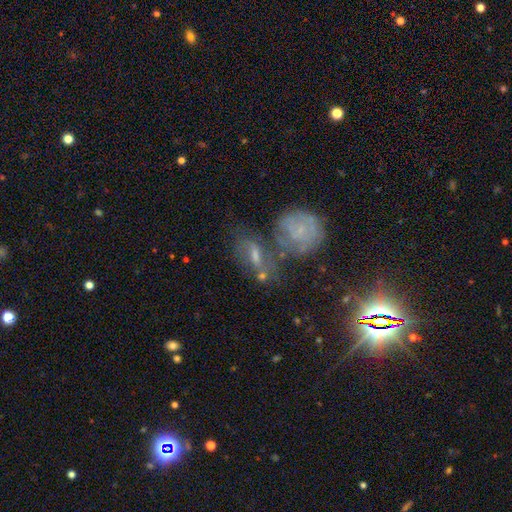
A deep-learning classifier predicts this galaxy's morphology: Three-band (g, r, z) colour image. It shows a featured or disk galaxy (51%). Merging: none (39%).